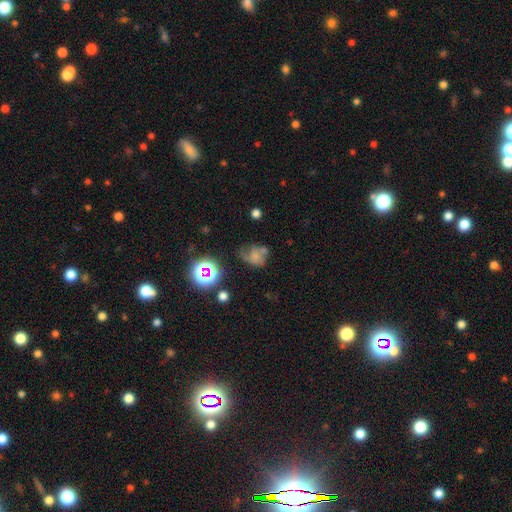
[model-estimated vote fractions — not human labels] smooth 52%, featured or disk 27%, star or artifact 21%. Down the decision tree: how rounded — round (54%); merging — none (36%).